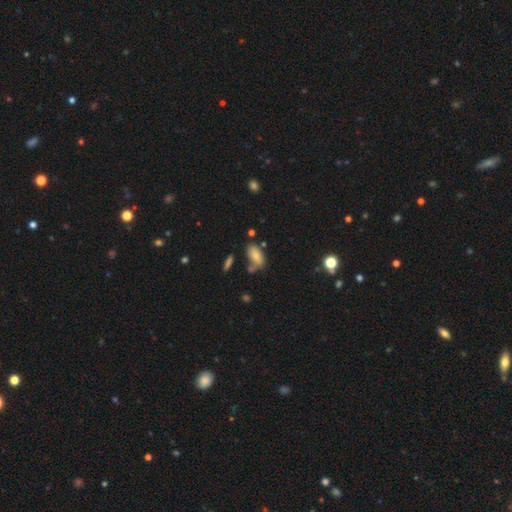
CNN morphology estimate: smooth 78%, featured or disk 12%, star or artifact 10%. Down the decision tree: how rounded — in between (88%); merging — none (55%).